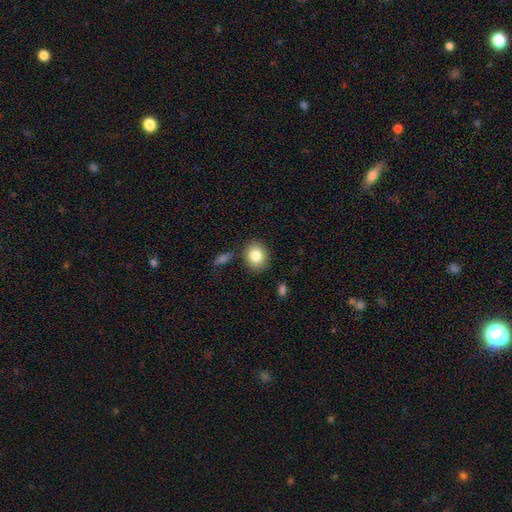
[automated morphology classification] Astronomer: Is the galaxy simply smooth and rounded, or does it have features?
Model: smooth — 83%.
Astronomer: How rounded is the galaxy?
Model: round — 63%.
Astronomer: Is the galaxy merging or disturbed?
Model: none — 83%.